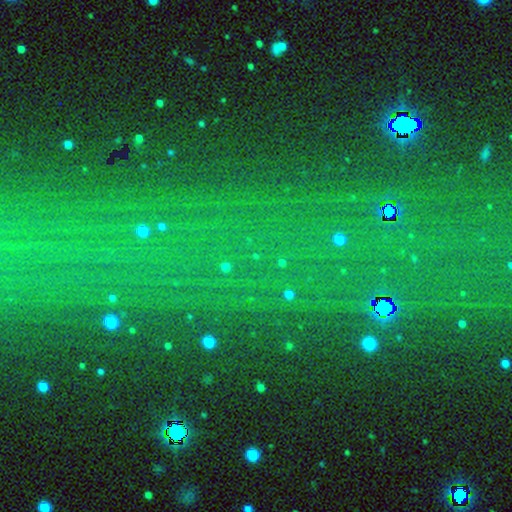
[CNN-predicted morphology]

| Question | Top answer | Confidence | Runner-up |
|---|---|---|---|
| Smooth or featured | star or artifact | 78% | smooth (12%) |